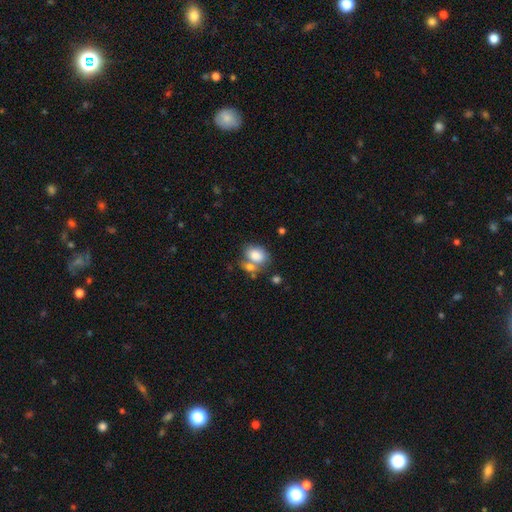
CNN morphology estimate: smooth_or_featured: smooth (p=0.82) [alt: featured or disk p=0.10]
how_rounded: in between (p=0.75) [alt: round p=0.24]
merging: none (p=0.41) [alt: merger p=0.37]